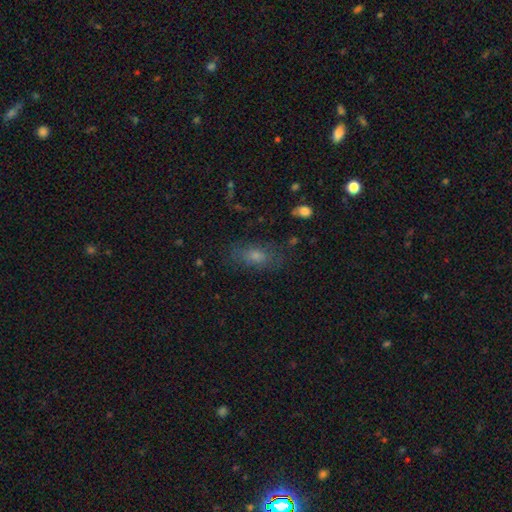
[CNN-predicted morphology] smooth-or-featured: smooth: 51% | star or artifact: 25% | featured or disk: 24%
  how-rounded: in between: 72% | cigar-shaped: 17% | round: 11%
  merging: none: 79% | minor disturbance: 14% | major disturbance: 5% | merger: 2%